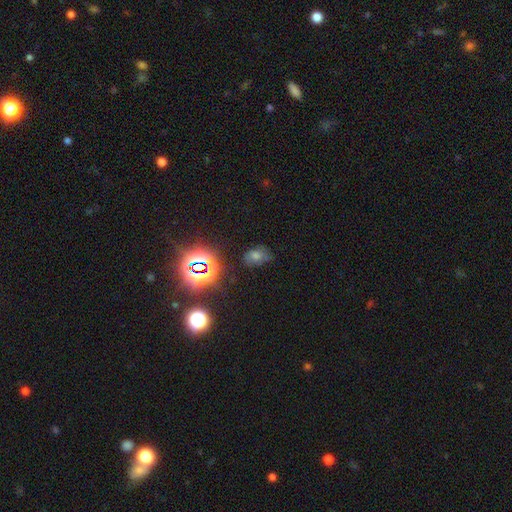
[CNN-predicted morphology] type=star or artifact (46%).